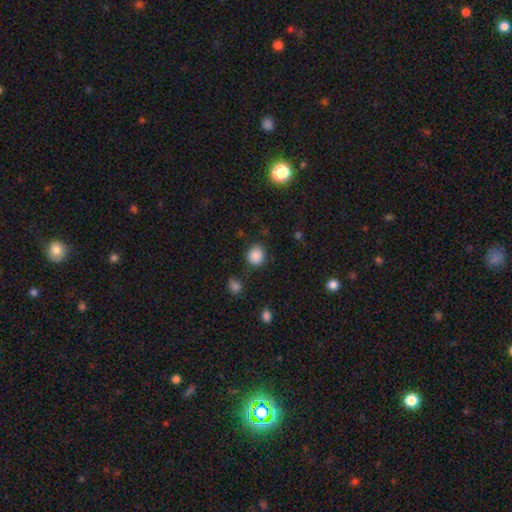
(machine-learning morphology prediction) Smooth or featured?
  - smooth: 87% *
  - star or artifact: 10%
  - featured or disk: 3%
How rounded?
  - round: 79% *
  - in between: 20%
  - cigar-shaped: 1%
Merging?
  - none: 80% *
  - minor disturbance: 13%
  - major disturbance: 4%
  - merger: 3%